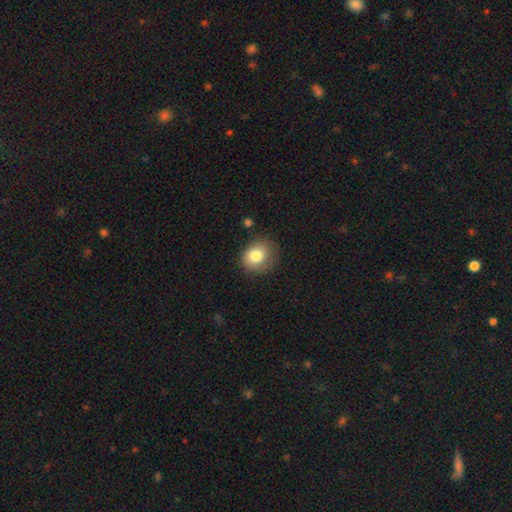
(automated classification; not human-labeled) Smooth or featured: smooth — 80% (featured or disk — 10%)
How rounded: round — 67% (in between — 32%)
Merging: none — 74% (minor disturbance — 18%)